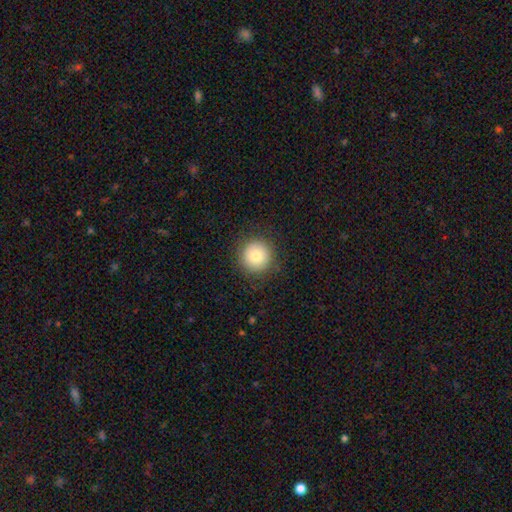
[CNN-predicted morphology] A smooth galaxy with no disk features (79%) that is round (95%).

Vote fractions:
- Smooth or featured? smooth: 79% / featured or disk: 11% / star or artifact: 10%
- How rounded? round: 95% / in between: 4% / cigar-shaped: 1%
- Merging? none: 89% / minor disturbance: 7% / major disturbance: 3% / merger: 1%